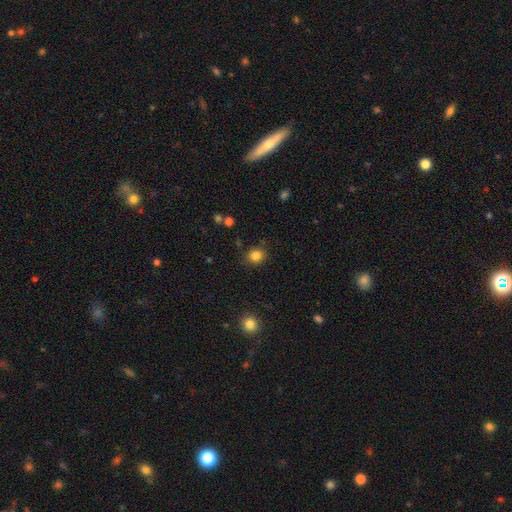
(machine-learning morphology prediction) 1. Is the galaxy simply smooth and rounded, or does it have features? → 83% smooth, 12% star or artifact, 5% featured or disk.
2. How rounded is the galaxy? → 80% round, 19% in between, 1% cigar-shaped.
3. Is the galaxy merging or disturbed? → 86% none, 9% minor disturbance, 3% major disturbance, 2% merger.